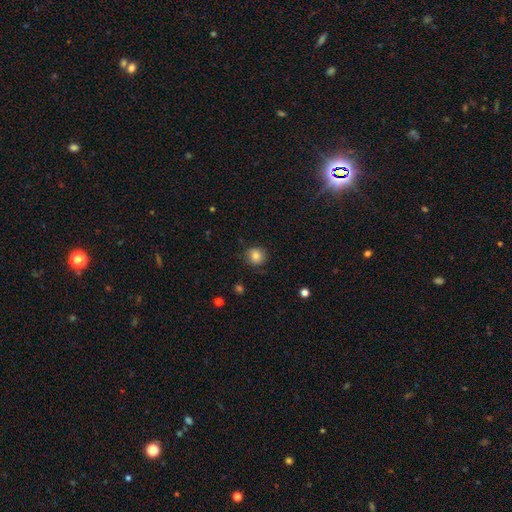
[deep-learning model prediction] Morphology: type=smooth (81%); roundness=round (91%); merging=none (84%).